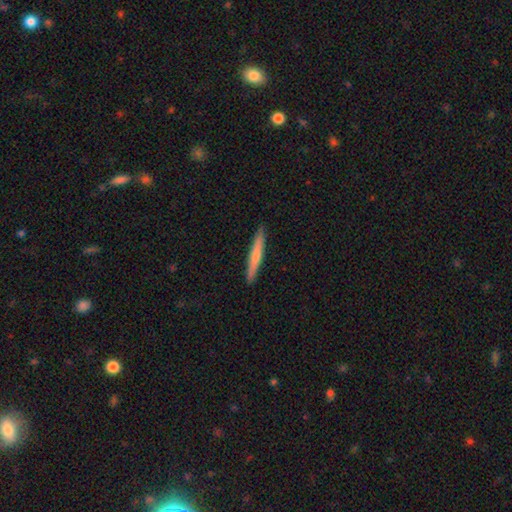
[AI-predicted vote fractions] Overall: smooth (62%; featured or disk 33%). How rounded: cigar-shaped (95%). Merging: none (91%).